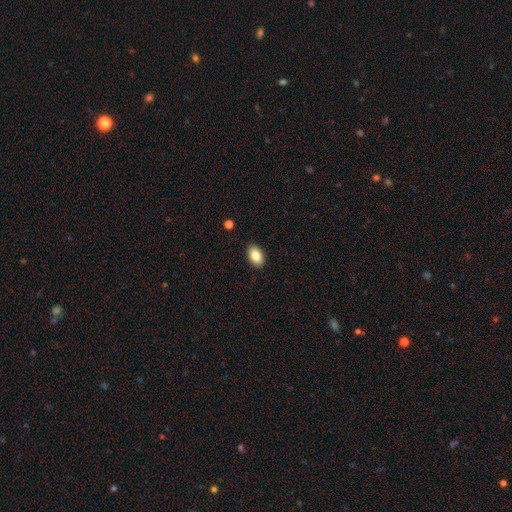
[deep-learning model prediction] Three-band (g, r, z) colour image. It shows a smooth galaxy with no disk features (84%) that is in between round and cigar-shaped (91%). Merging: none (89%).